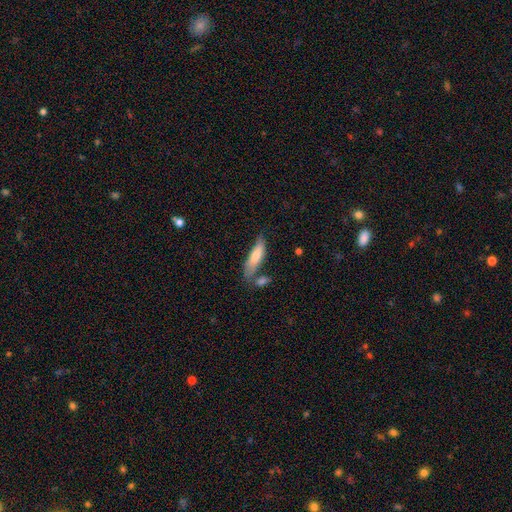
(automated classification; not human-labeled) Smooth or featured? smooth (66%)
How rounded? cigar-shaped (64%)
Merging? none (58%)